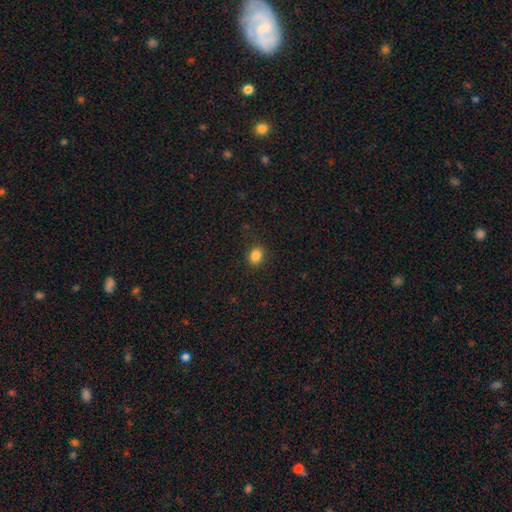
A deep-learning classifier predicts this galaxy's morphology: Smooth or featured? smooth (85%)
How rounded? round (51%)
Merging? none (88%)